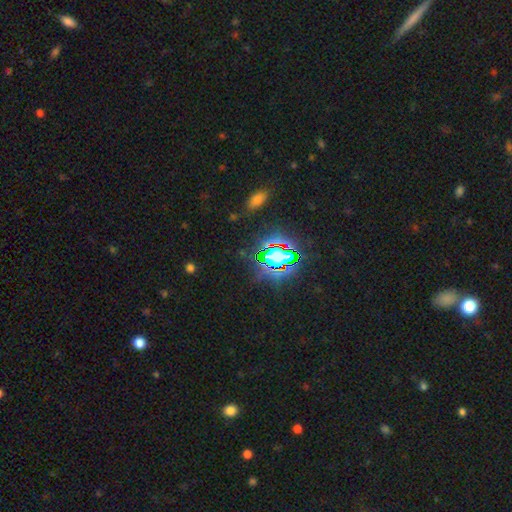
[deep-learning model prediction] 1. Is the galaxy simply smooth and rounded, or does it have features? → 76% star or artifact, 15% smooth, 9% featured or disk.